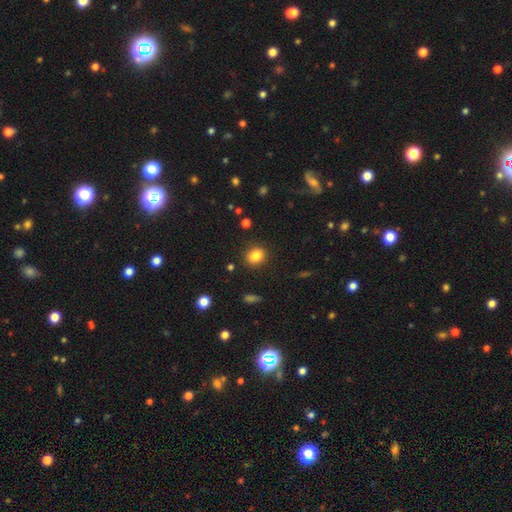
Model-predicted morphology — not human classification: A smooth galaxy with no disk features (84%) that is round (68%).

Vote fractions:
- Smooth or featured? smooth: 84% / star or artifact: 11% / featured or disk: 6%
- How rounded? round: 68% / in between: 31% / cigar-shaped: 1%
- Merging? none: 88% / minor disturbance: 8% / major disturbance: 3% / merger: 2%